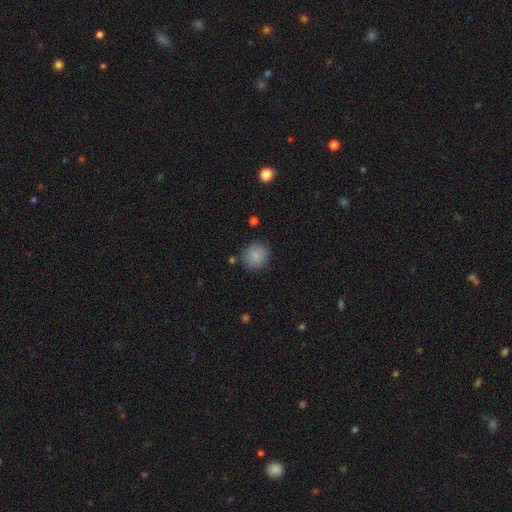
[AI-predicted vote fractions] smooth-or-featured: smooth: 84% | star or artifact: 10% | featured or disk: 7%
  how-rounded: round: 88% | in between: 11% | cigar-shaped: 1%
  merging: none: 83% | minor disturbance: 11% | major disturbance: 3% | merger: 3%